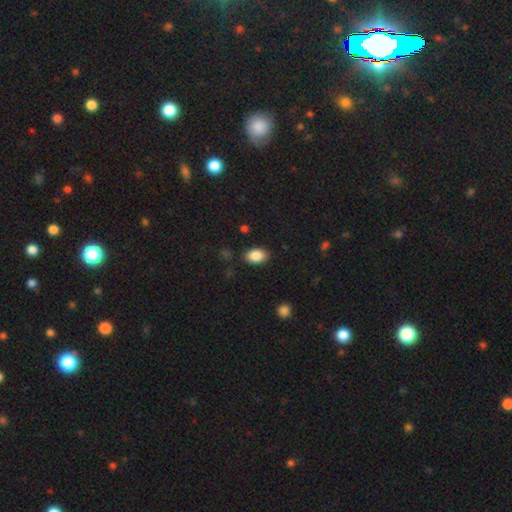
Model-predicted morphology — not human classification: Overall: smooth (87%). How rounded: in between (87%). Merging: none (85%).